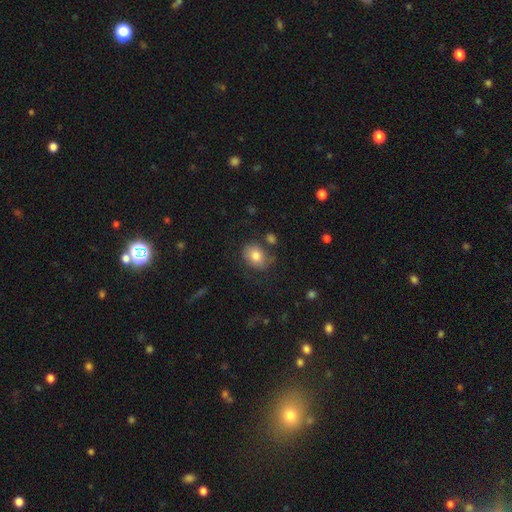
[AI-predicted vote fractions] Smooth or featured? Predicted: smooth (p=0.76). How rounded? Predicted: in between (p=0.52). Merging? Predicted: none (p=0.61).